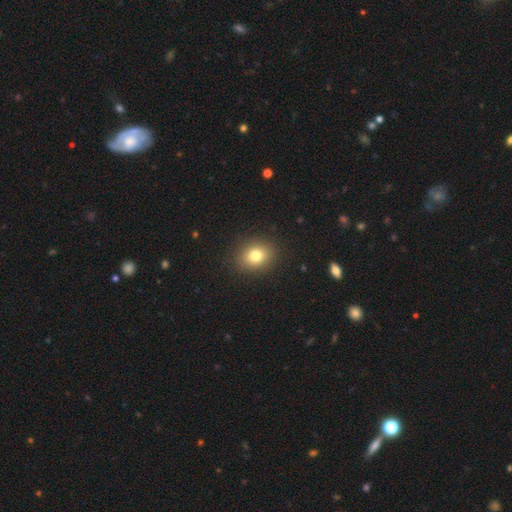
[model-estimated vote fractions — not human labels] The model was most divided on "how rounded": round: 55%, in between: 44%, cigar-shaped: 1%. More confident: merging — none (90%); smooth or featured — smooth (79%).